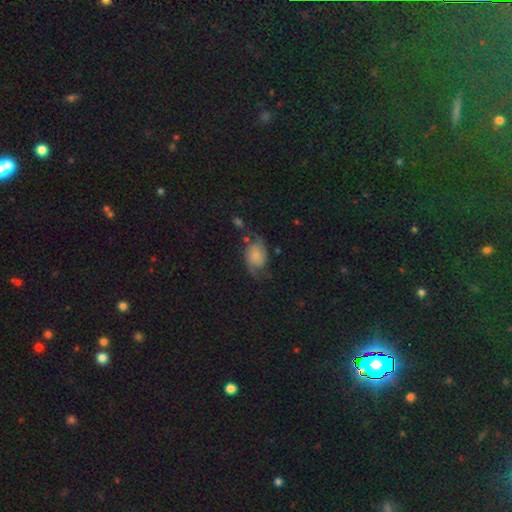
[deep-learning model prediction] smooth_or_featured: featured or disk (p=0.64) [alt: smooth p=0.27]
disk_edge_on: no (p=0.97) [alt: yes p=0.03]
bar: no (p=0.72) [alt: weak p=0.24]
has_spiral_arms: yes (p=0.92) [alt: no p=0.08]
spiral_winding: loose (p=0.51) [alt: medium p=0.37]
spiral_arm_count: 2 (p=0.91) [alt: can't tell p=0.03]
bulge_size: small (p=0.35) [alt: none p=0.26]
merging: none (p=0.56) [alt: minor disturbance p=0.23]